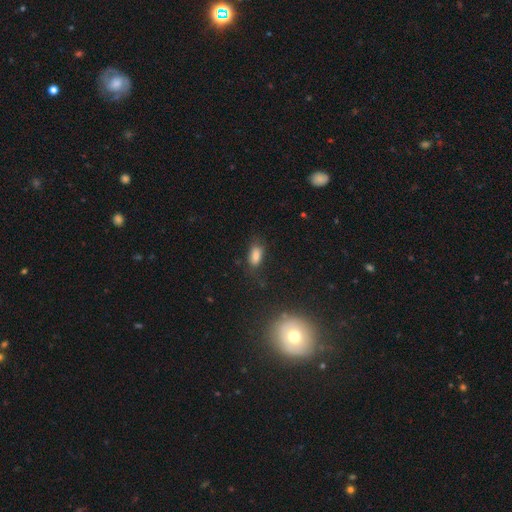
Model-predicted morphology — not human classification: The model was most divided on "merging": none: 66%, minor disturbance: 21%, major disturbance: 9%, merger: 4%. More confident: how rounded — in between (85%); smooth or featured — smooth (77%).